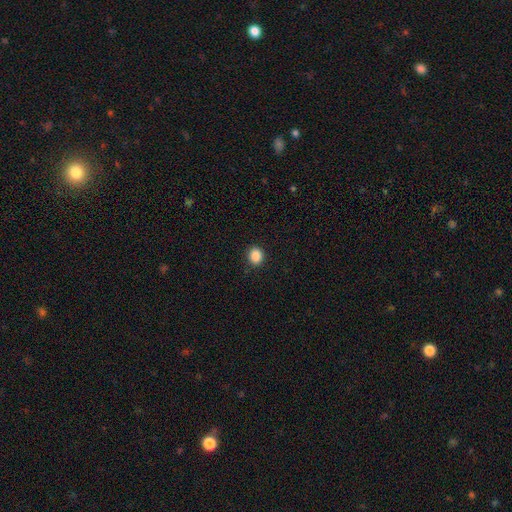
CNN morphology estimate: smooth_or_featured: smooth (p=0.88) [alt: star or artifact p=0.09]
how_rounded: round (p=0.69) [alt: in between p=0.30]
merging: none (p=0.89) [alt: minor disturbance p=0.07]